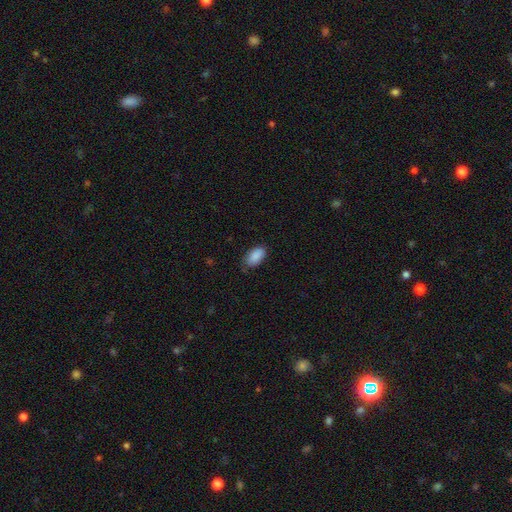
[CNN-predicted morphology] smooth-or-featured: smooth: 89% | star or artifact: 7% | featured or disk: 4%
  how-rounded: in between: 94% | round: 3% | cigar-shaped: 2%
  merging: none: 75% | minor disturbance: 20% | major disturbance: 3% | merger: 1%